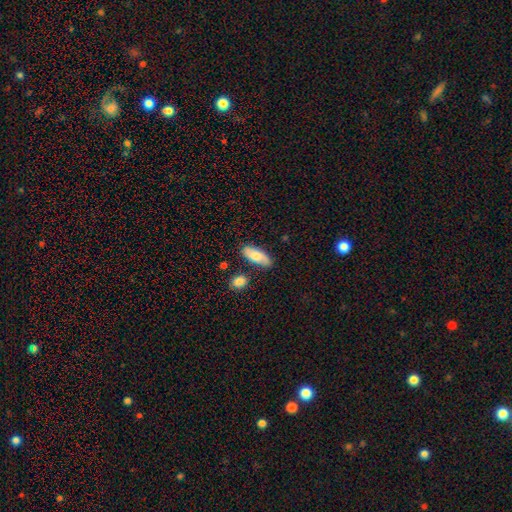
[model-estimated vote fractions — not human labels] Q: Smooth or featured?
A: smooth (69%); runner-up: featured or disk (24%)
Q: How rounded?
A: in between (81%); runner-up: cigar-shaped (16%)
Q: Merging?
A: none (80%); runner-up: minor disturbance (13%)